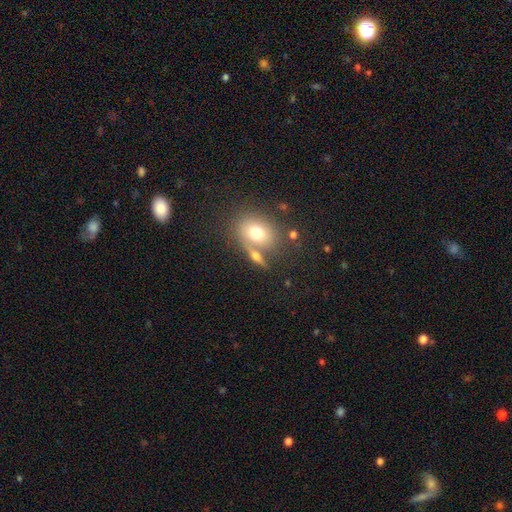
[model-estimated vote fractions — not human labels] A smooth galaxy with no disk features (62%) that is in between round and cigar-shaped (53%). Merging: none (58%).